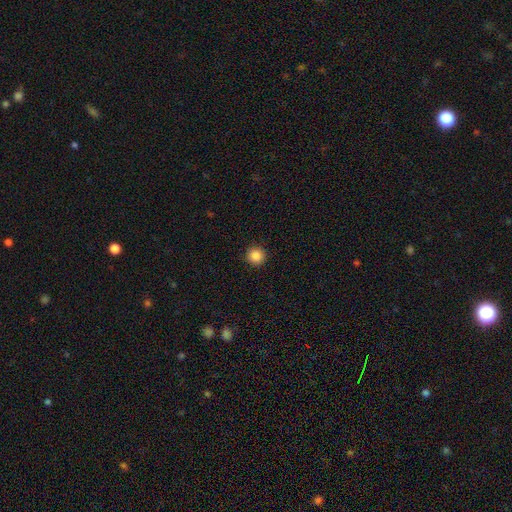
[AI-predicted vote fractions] Smooth or featured?
  - smooth: 87% *
  - star or artifact: 10%
  - featured or disk: 3%
How rounded?
  - round: 95% *
  - in between: 4%
  - cigar-shaped: 1%
Merging?
  - none: 92% *
  - minor disturbance: 5%
  - major disturbance: 2%
  - merger: 1%